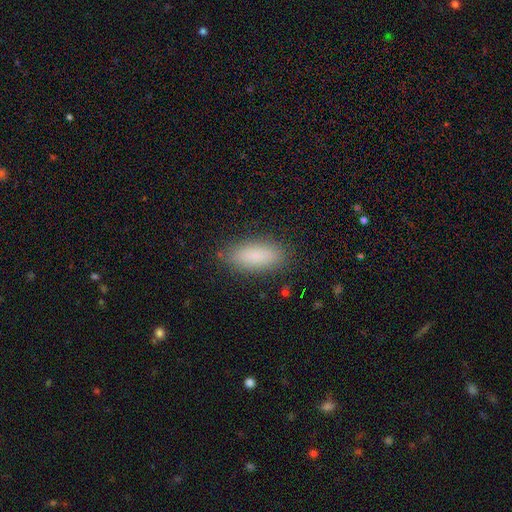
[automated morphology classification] Smooth or featured?
  - smooth: 86% *
  - star or artifact: 7%
  - featured or disk: 7%
How rounded?
  - in between: 81% *
  - cigar-shaped: 17%
  - round: 2%
Merging?
  - none: 86% *
  - minor disturbance: 10%
  - major disturbance: 3%
  - merger: 1%